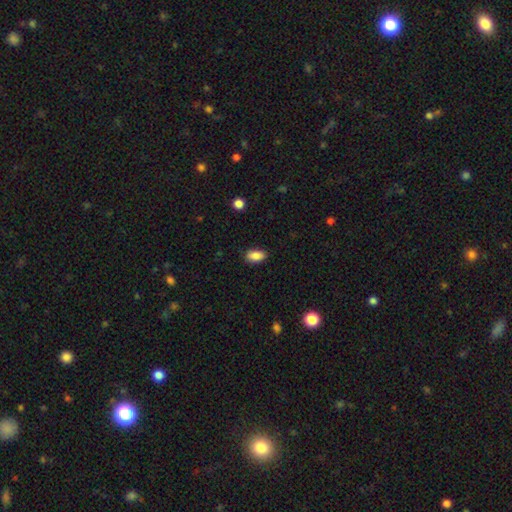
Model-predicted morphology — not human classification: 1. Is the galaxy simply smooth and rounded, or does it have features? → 88% smooth, 8% star or artifact, 4% featured or disk.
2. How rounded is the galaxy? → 91% in between, 5% round, 4% cigar-shaped.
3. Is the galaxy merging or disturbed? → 86% none, 11% minor disturbance, 2% major disturbance, 1% merger.